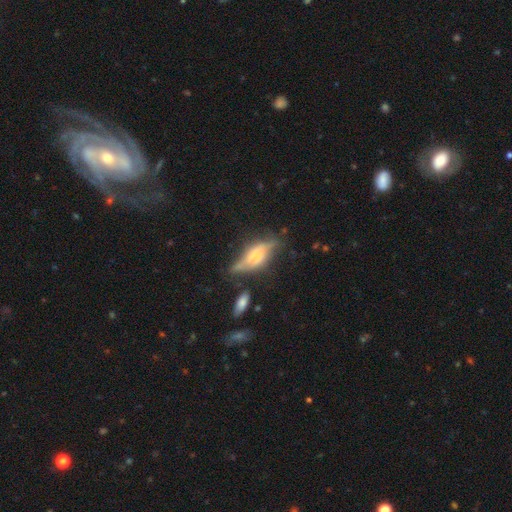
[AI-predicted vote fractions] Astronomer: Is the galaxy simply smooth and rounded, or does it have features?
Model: featured or disk — 61%.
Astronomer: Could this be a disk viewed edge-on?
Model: yes — 77%.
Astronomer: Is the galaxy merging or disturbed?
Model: none — 53%.